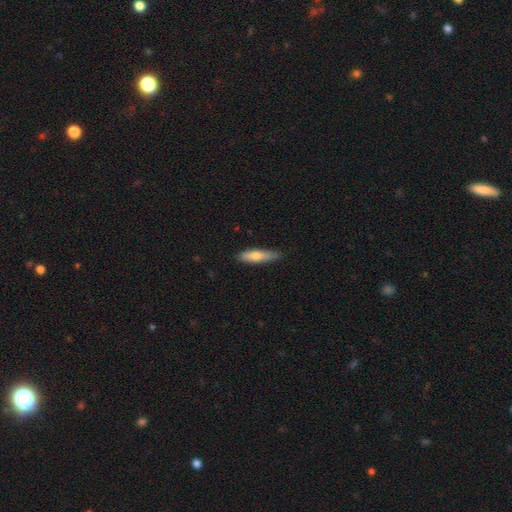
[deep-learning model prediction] smooth 67%, featured or disk 27%, star or artifact 6%. Down the decision tree: how rounded — cigar-shaped (76%); merging — none (77%).